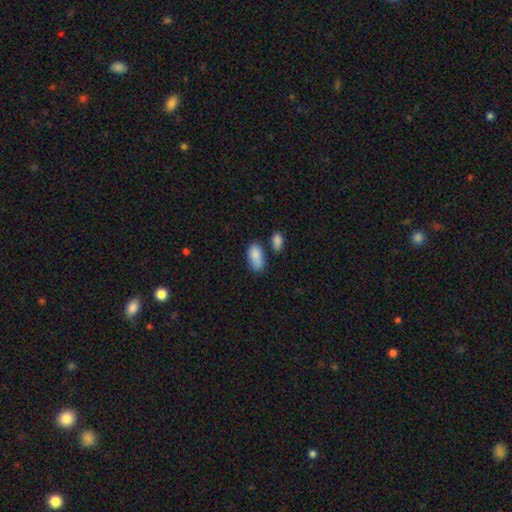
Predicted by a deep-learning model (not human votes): The model was most divided on "merging": none: 56%, minor disturbance: 21%, merger: 17%, major disturbance: 6%. More confident: how rounded — in between (92%); smooth or featured — smooth (85%).